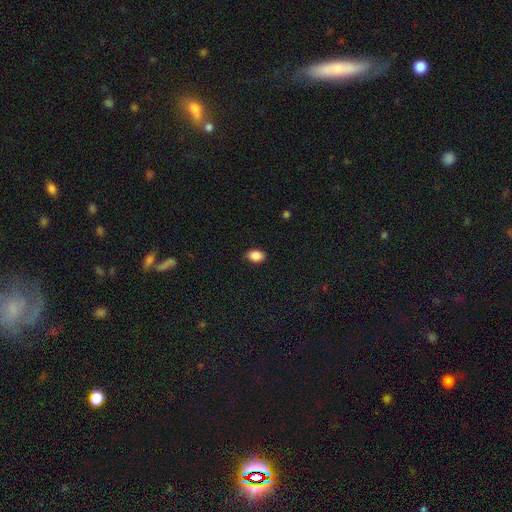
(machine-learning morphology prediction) Q: Smooth or featured?
A: smooth (88%); runner-up: star or artifact (8%)
Q: How rounded?
A: in between (83%); runner-up: round (16%)
Q: Merging?
A: none (80%); runner-up: minor disturbance (16%)